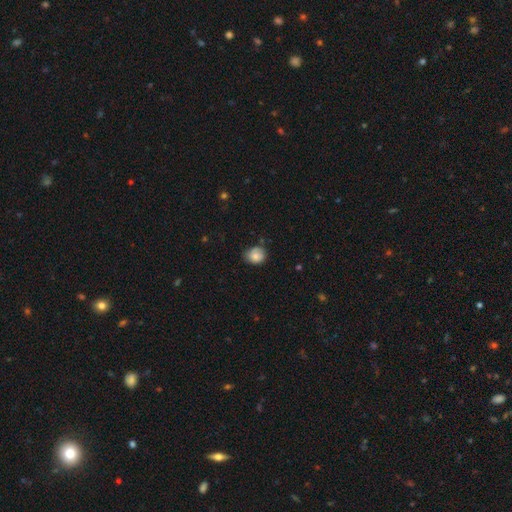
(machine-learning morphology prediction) A smooth galaxy with no disk features (78%) that is round (62%). Merging: none (62%).